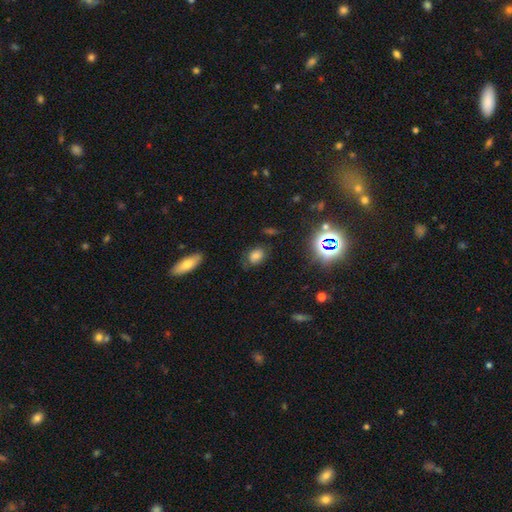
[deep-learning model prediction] Morphology: type=smooth (69%); roundness=in between (73%); merging=none (68%).